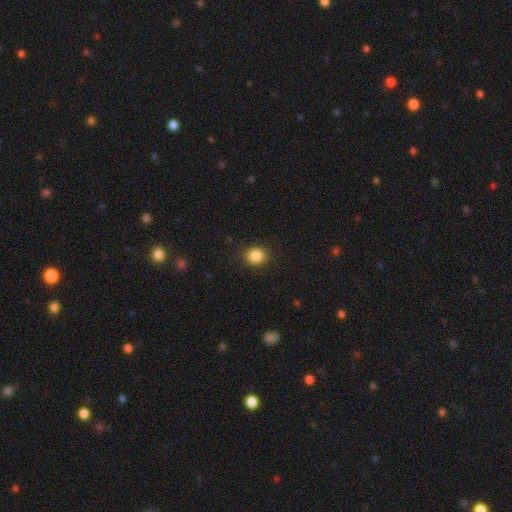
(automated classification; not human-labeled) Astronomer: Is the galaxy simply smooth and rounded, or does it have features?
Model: smooth — 86%.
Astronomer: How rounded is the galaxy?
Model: round — 69%.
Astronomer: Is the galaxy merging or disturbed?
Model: none — 89%.